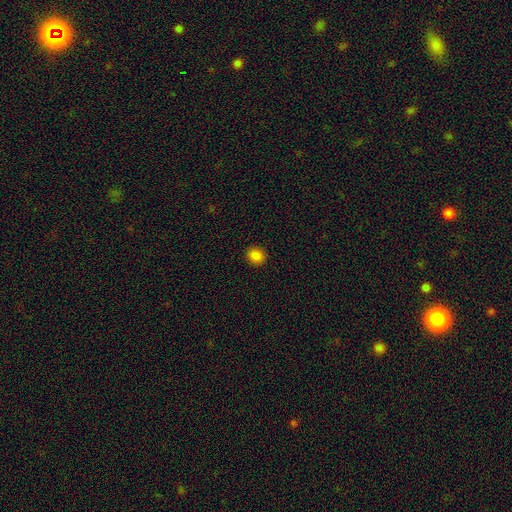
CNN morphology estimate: A smooth galaxy with no disk features (85%) that is round (76%). Merging: none (92%).